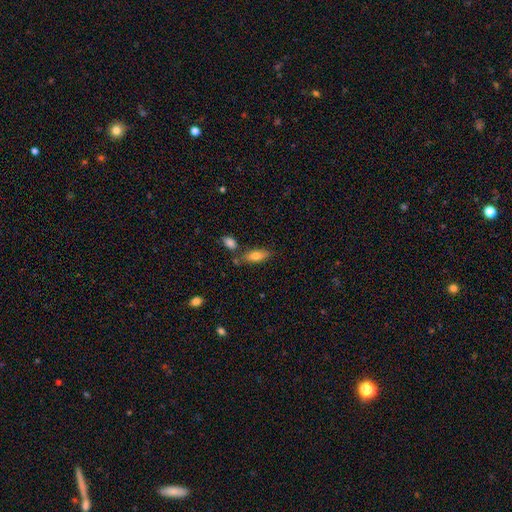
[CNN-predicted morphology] A smooth galaxy with no disk features (73%) that is in between round and cigar-shaped (69%).

Vote fractions:
- Smooth or featured? smooth: 73% / featured or disk: 20% / star or artifact: 7%
- How rounded? in between: 69% / cigar-shaped: 28% / round: 3%
- Merging? none: 69% / minor disturbance: 15% / merger: 13% / major disturbance: 3%